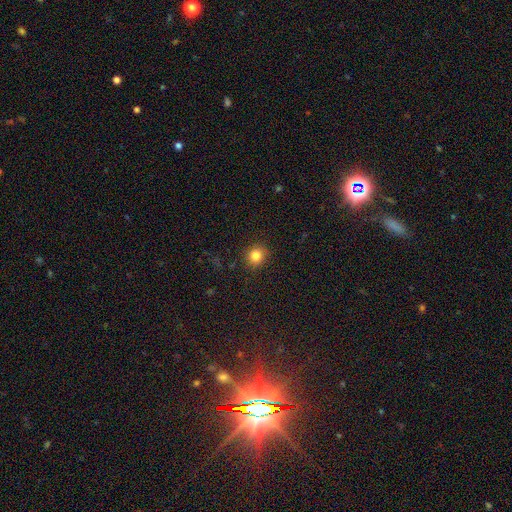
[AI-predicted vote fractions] Morphology: type=smooth (83%); roundness=round (88%); merging=none (90%).